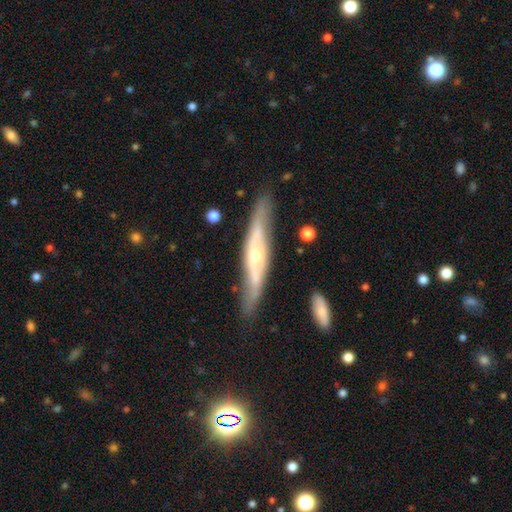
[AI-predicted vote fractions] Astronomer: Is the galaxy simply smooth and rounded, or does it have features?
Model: featured or disk — 70%.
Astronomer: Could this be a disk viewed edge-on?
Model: yes — 75%.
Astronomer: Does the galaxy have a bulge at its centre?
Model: rounded — 80%.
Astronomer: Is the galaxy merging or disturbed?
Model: none — 79%.